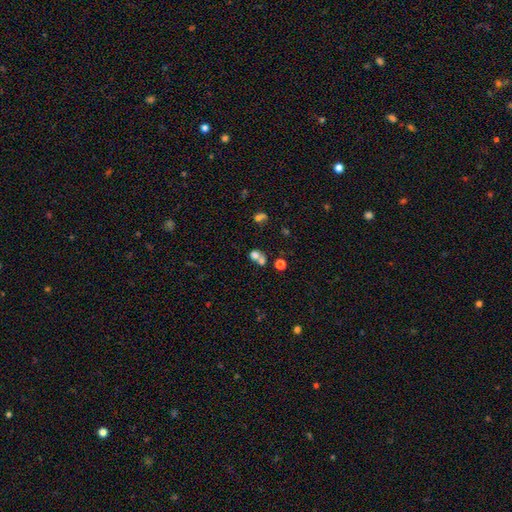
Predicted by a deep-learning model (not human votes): This appears to be a smooth galaxy with no disk features (68%) that is round (74%). Merging: merger (54%).